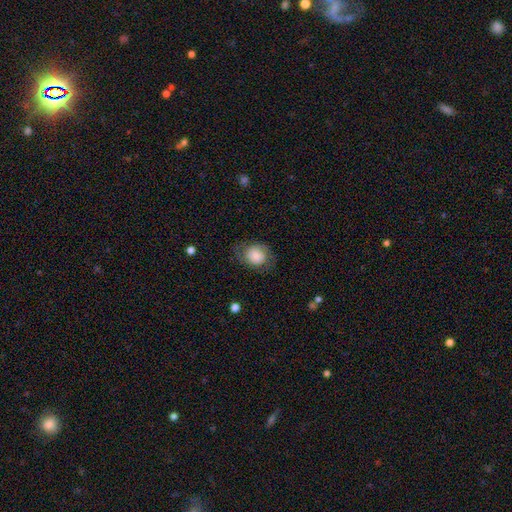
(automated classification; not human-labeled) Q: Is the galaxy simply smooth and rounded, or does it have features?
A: smooth — 71%.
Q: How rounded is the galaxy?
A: round — 63%.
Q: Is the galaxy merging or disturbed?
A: none — 69%.